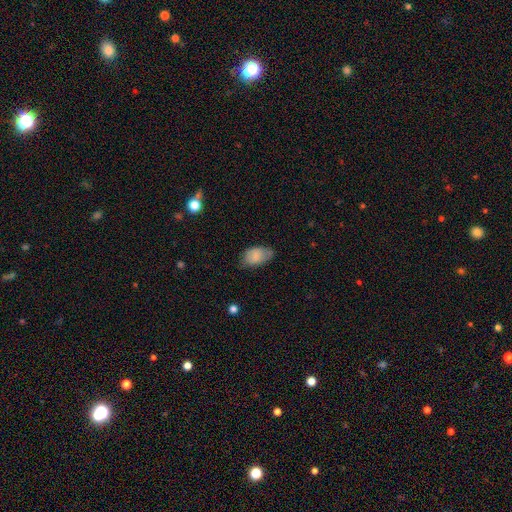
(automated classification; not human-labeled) Overall: smooth (81%). How rounded: in between (92%). Merging: none (62%; minor disturbance 29%).